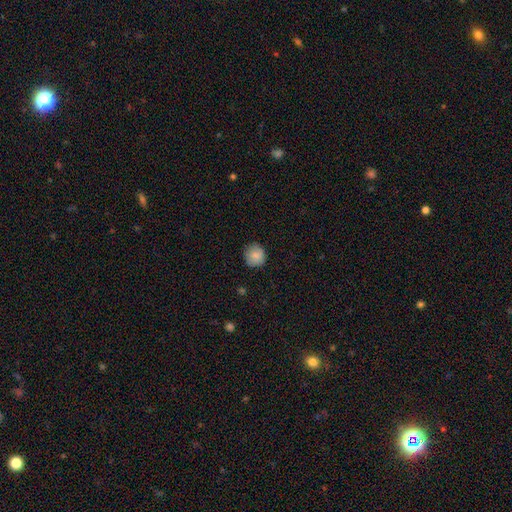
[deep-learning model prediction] smooth 85%, star or artifact 8%, featured or disk 7%. Down the decision tree: how rounded — round (90%); merging — none (84%).